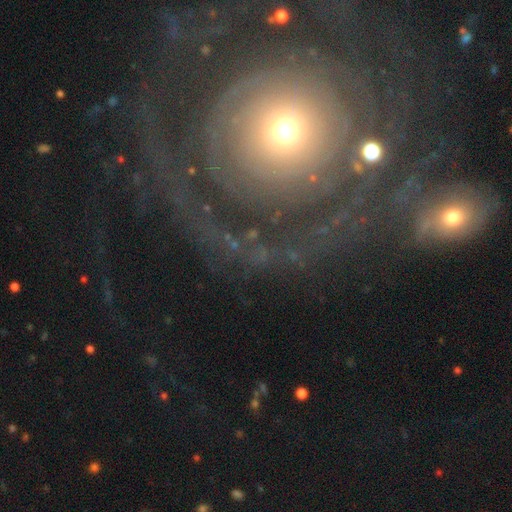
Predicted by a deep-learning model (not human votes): Smooth or featured? featured or disk (62%)
Edge-on disk? no (95%)
Bar? no (88%)
Spiral arms? yes (59%)
Bulge size? moderate (43%, tied with small)
Merging? none (59%)